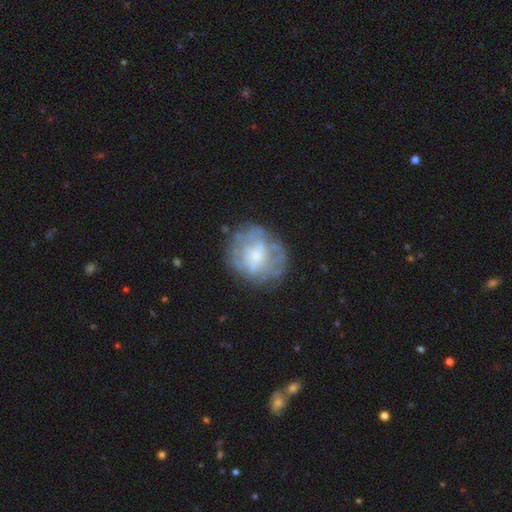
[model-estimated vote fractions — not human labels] Smooth or featured? Predicted: featured or disk (p=0.61). Edge-on disk? Predicted: no (p=0.98). Bar? Predicted: no (p=0.78). Spiral arms? Predicted: no (p=0.67). Bulge size? Predicted: small (p=0.47). Merging? Predicted: none (p=0.67).